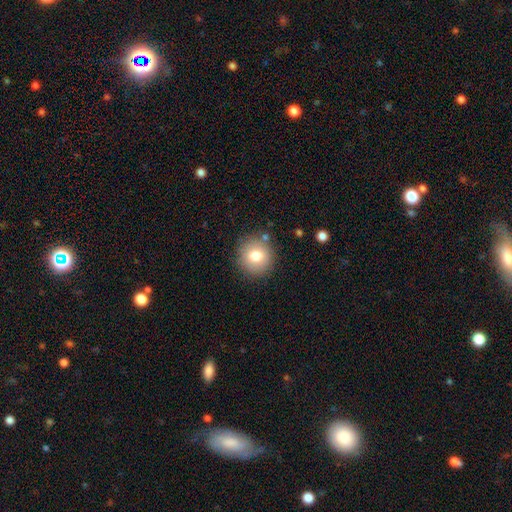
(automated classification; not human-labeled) Smooth or featured? Predicted: smooth (p=0.78). How rounded? Predicted: round (p=0.92). Merging? Predicted: none (p=0.85).